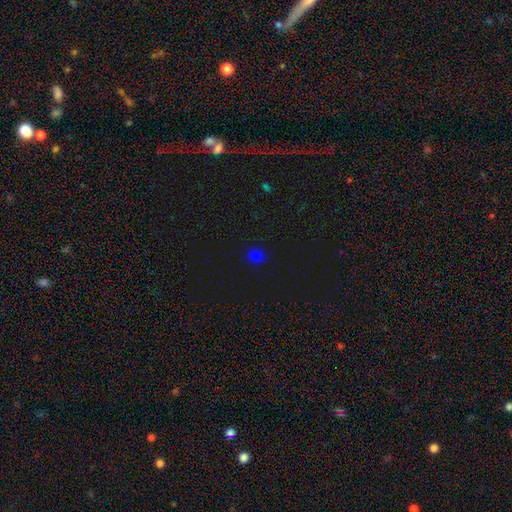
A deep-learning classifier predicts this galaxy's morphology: smooth 78%, star or artifact 19%, featured or disk 3%. Down the decision tree: how rounded — round (84%); merging — none (90%).